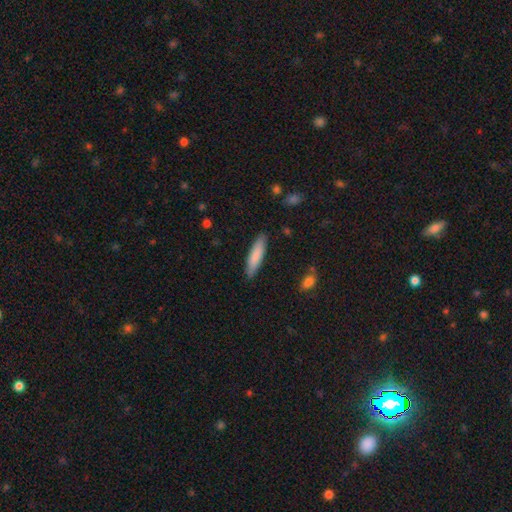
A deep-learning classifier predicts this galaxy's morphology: Smooth or featured?
  - smooth: 82% *
  - featured or disk: 12%
  - star or artifact: 5%
How rounded?
  - cigar-shaped: 76% *
  - in between: 23%
  - round: 1%
Merging?
  - none: 88% *
  - minor disturbance: 9%
  - major disturbance: 2%
  - merger: 1%